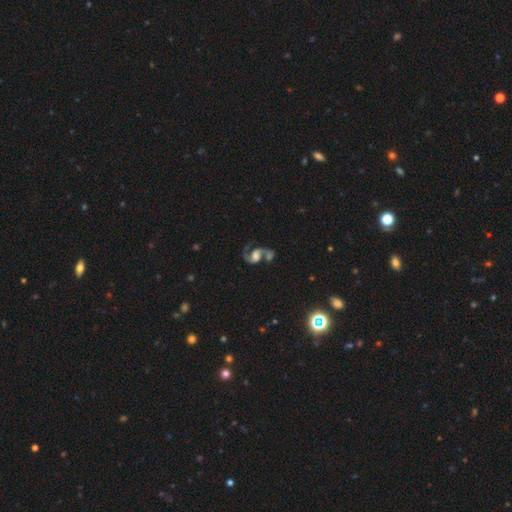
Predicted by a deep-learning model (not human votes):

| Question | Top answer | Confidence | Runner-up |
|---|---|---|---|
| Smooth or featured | featured or disk | 83% | smooth (10%) |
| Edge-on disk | no | 98% | yes (2%) |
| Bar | no | 48% | weak (38%) |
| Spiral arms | yes | 95% | no (5%) |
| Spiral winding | medium | 45% | tied: loose (45%) |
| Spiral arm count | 2 | 84% | 1 (11%) |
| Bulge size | large | 33% | tied: moderate (33%) |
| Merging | none | 39% | merger (34%) |